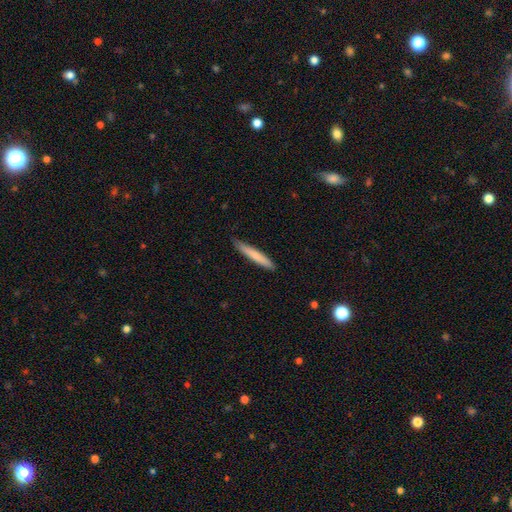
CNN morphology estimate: smooth 73%, featured or disk 22%, star or artifact 5%. Down the decision tree: how rounded — cigar-shaped (95%); merging — none (85%).